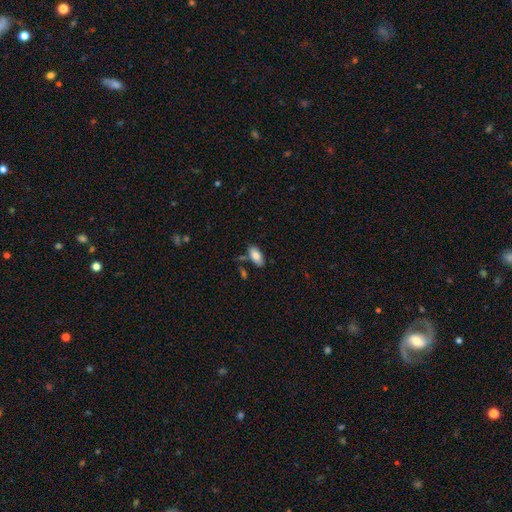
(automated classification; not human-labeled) smooth_or_featured: smooth (p=0.82) [alt: featured or disk p=0.12]
how_rounded: in between (p=0.92) [alt: cigar-shaped p=0.06]
merging: none (p=0.76) [alt: minor disturbance p=0.14]